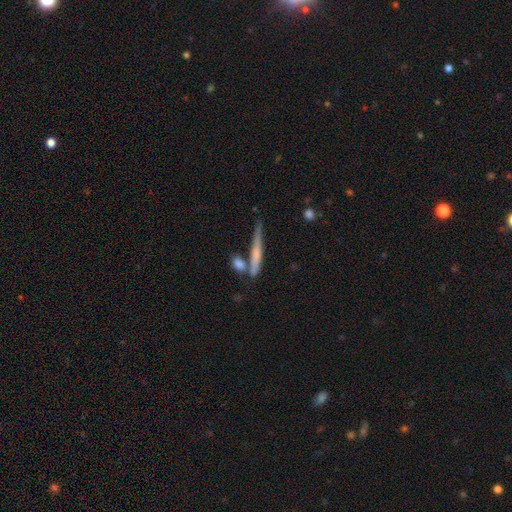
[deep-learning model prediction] This appears to be a smooth galaxy with no disk features (52%) that is cigar-shaped (90%). Merging: none (64%).